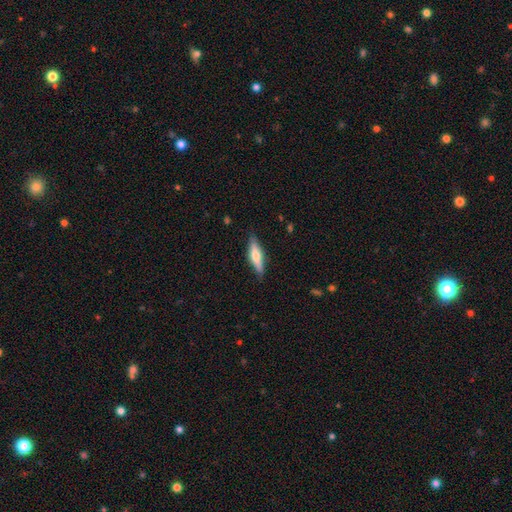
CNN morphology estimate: Smooth or featured? Predicted: smooth (p=0.52). How rounded? Predicted: cigar-shaped (p=0.67). Merging? Predicted: none (p=0.83).